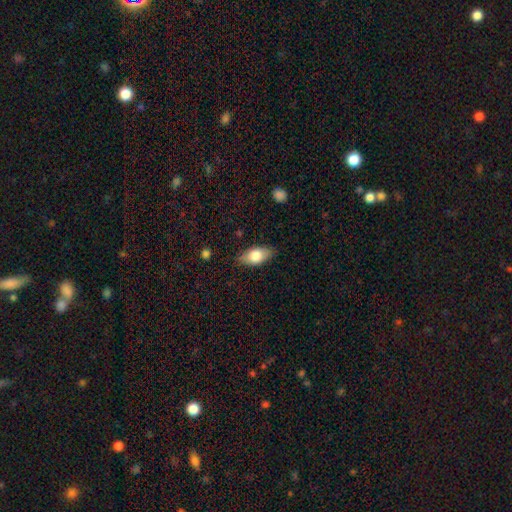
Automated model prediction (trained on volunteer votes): A smooth galaxy with no disk features (74%) that is in between round and cigar-shaped (88%). Merging: none (82%).